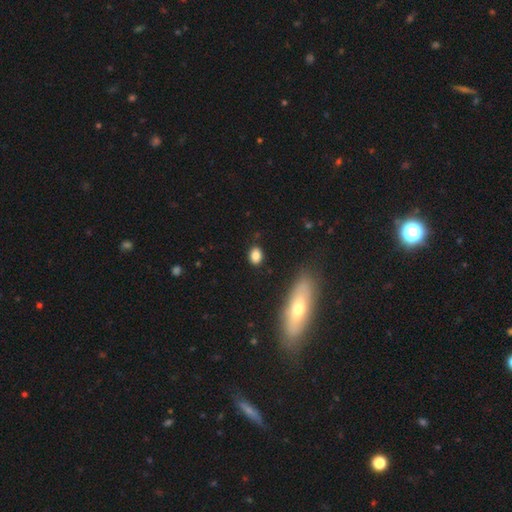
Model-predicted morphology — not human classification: A smooth galaxy with no disk features (84%) that is in between round and cigar-shaped (66%). Merging: none (84%).